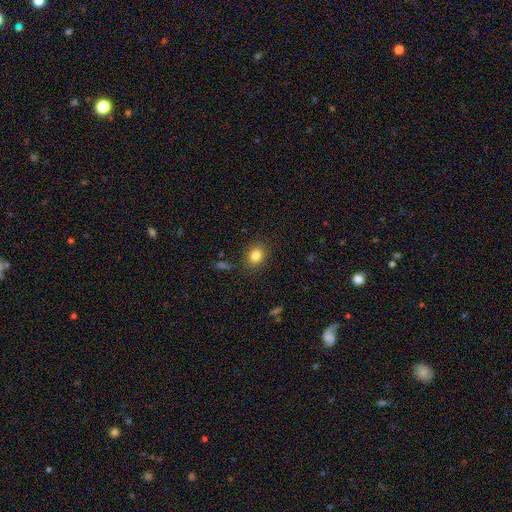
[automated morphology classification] smooth_or_featured: smooth (p=0.83) [alt: star or artifact p=0.10]
how_rounded: round (p=0.51) [alt: in between p=0.48]
merging: none (p=0.85) [alt: minor disturbance p=0.10]